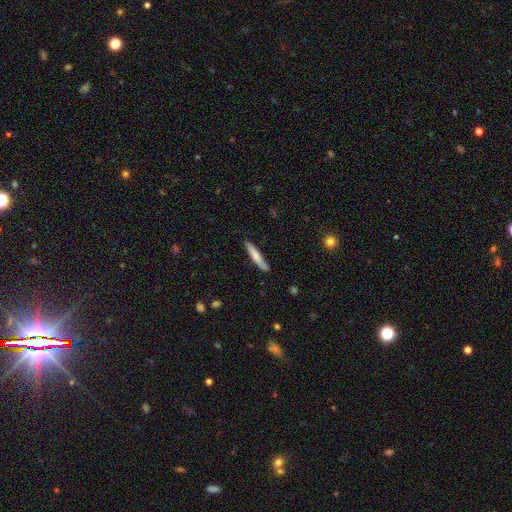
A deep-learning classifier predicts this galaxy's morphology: Overall: smooth (68%). How rounded: cigar-shaped (93%). Merging: none (87%).